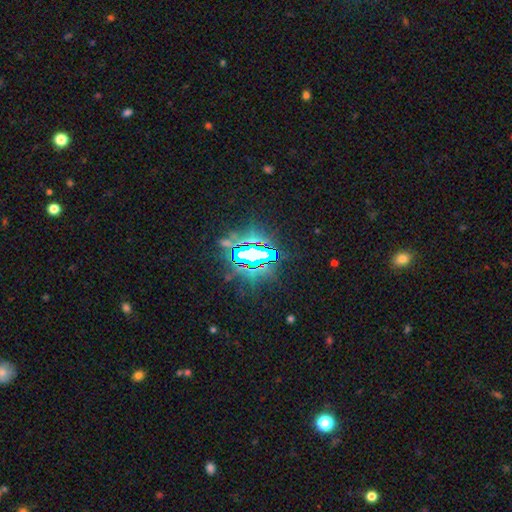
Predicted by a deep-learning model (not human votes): Smooth or featured?
  - star or artifact: 84% *
  - smooth: 9%
  - featured or disk: 8%